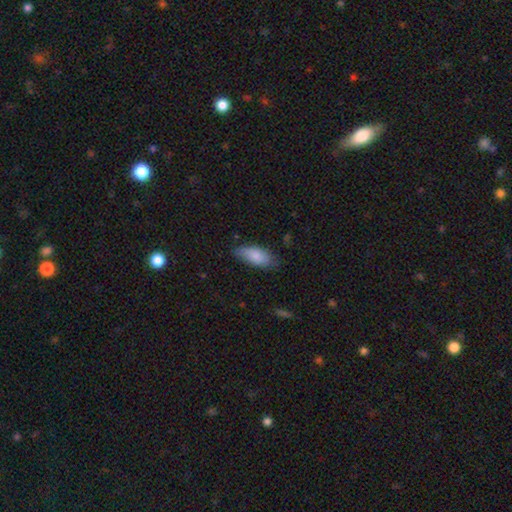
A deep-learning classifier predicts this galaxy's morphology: Q: Smooth or featured?
A: smooth (83%); runner-up: featured or disk (11%)
Q: How rounded?
A: in between (84%); runner-up: cigar-shaped (14%)
Q: Merging?
A: none (71%); runner-up: minor disturbance (24%)